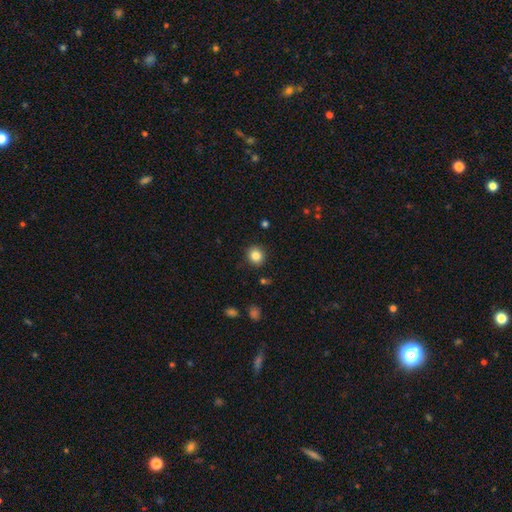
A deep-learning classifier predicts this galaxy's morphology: Q: Smooth or featured?
A: smooth (84%); runner-up: star or artifact (11%)
Q: How rounded?
A: round (86%); runner-up: in between (13%)
Q: Merging?
A: none (90%); runner-up: minor disturbance (7%)